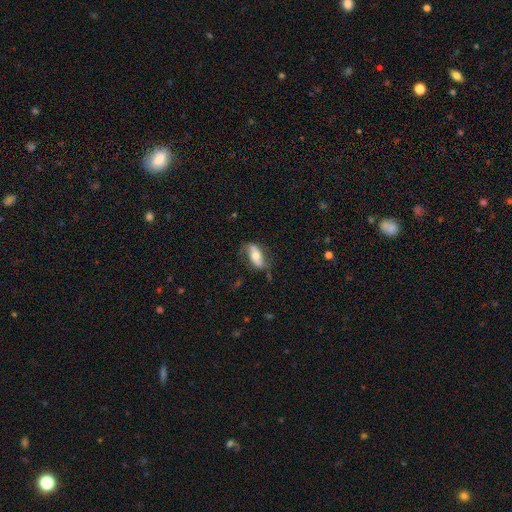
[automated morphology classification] Smooth or featured: featured or disk — 57% (smooth — 36%)
Edge-on disk: no — 84% (yes — 16%)
Merging: none — 67% (minor disturbance — 22%)